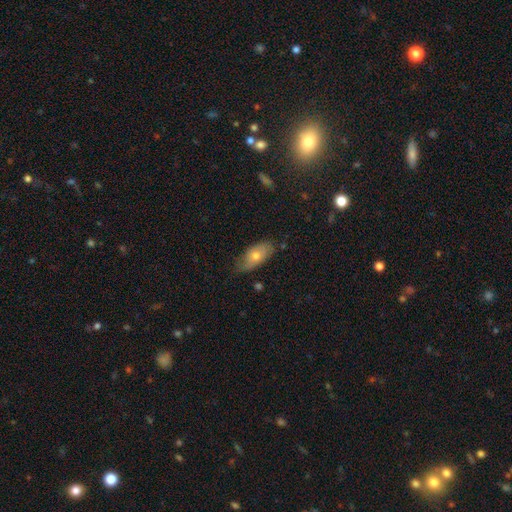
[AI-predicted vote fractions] smooth 61%, featured or disk 31%, star or artifact 8%. Down the decision tree: how rounded — in between (86%); merging — none (67%).